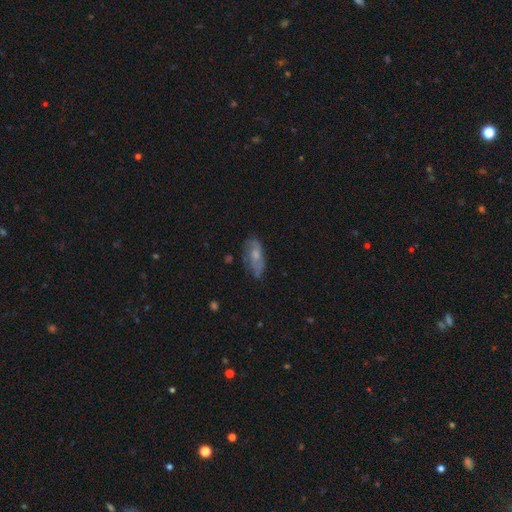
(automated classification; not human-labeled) smooth_or_featured: smooth (p=0.47) [alt: featured or disk p=0.45]
merging: none (p=0.58) [alt: minor disturbance p=0.27]